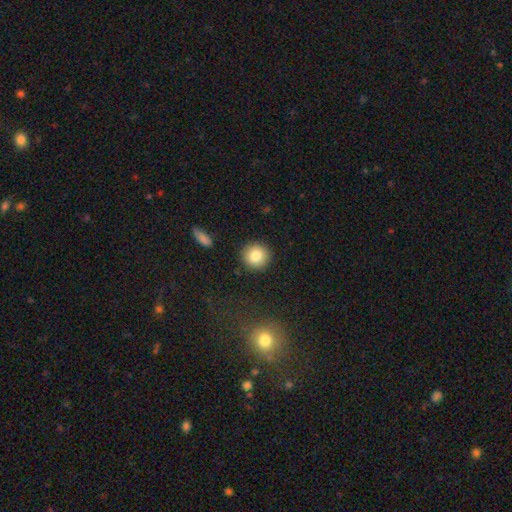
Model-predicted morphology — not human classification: smooth 83%, star or artifact 9%, featured or disk 8%. Down the decision tree: how rounded — round (92%); merging — none (90%).